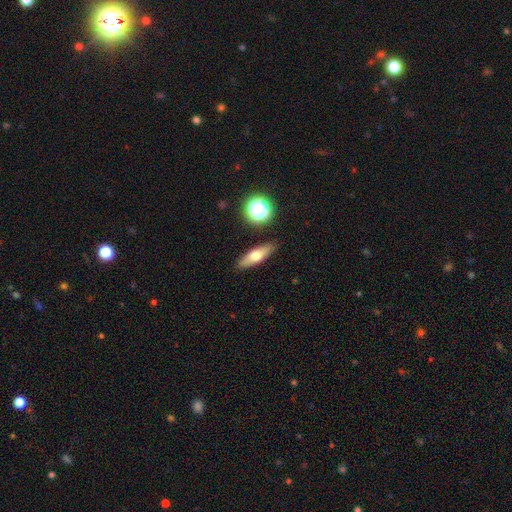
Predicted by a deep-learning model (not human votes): Smooth or featured: smooth — 60% (featured or disk — 32%)
How rounded: cigar-shaped — 51% (in between — 43%)
Merging: none — 87% (minor disturbance — 8%)